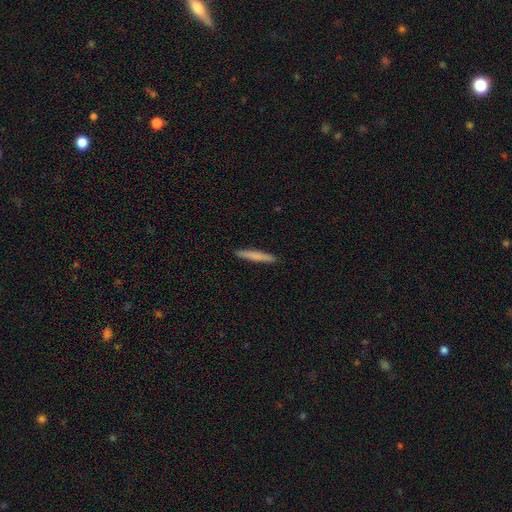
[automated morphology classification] smooth_or_featured: smooth (p=0.76) [alt: featured or disk p=0.19]
how_rounded: cigar-shaped (p=0.96) [alt: in between p=0.03]
merging: none (p=0.92) [alt: minor disturbance p=0.05]